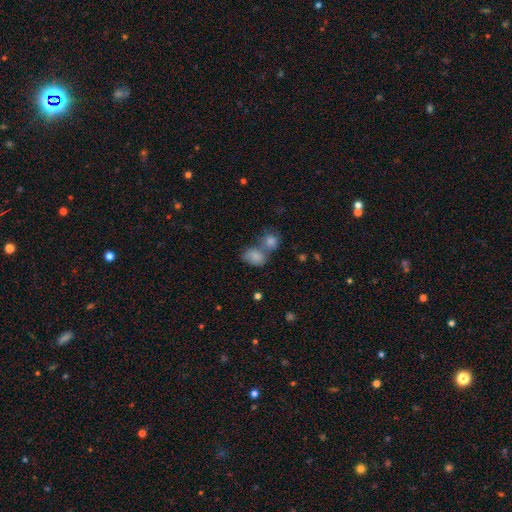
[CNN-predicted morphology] Q: Smooth or featured?
A: smooth (79%); runner-up: featured or disk (12%)
Q: How rounded?
A: in between (66%); runner-up: round (33%)
Q: Merging?
A: merger (56%); runner-up: none (28%)